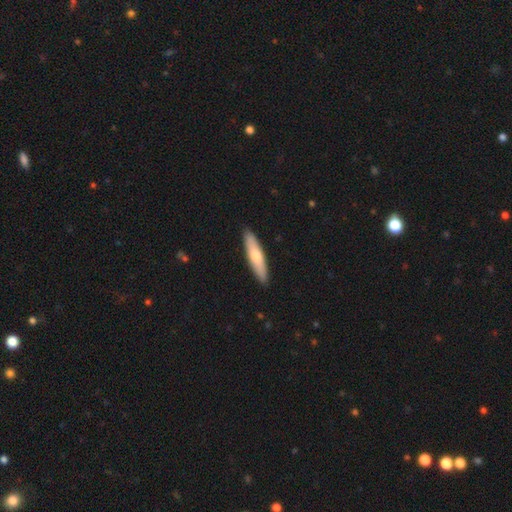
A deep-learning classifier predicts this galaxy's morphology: This is likely a smooth galaxy (64%). How rounded: likely cigar-shaped (78%). Merging: clearly none (91%).